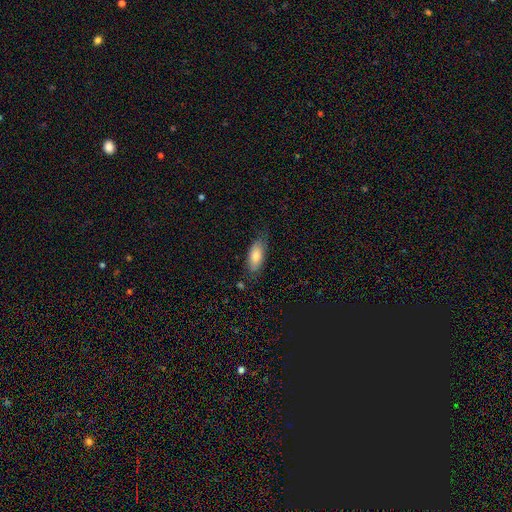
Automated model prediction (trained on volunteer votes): smooth 76%, featured or disk 17%, star or artifact 6%. Down the decision tree: how rounded — in between (78%); merging — none (71%).